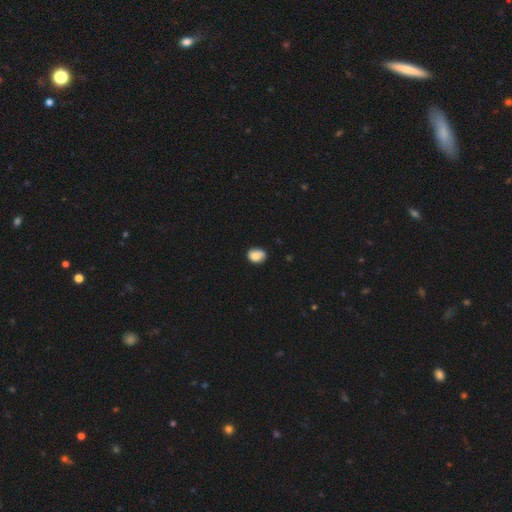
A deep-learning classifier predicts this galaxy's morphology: The model was most divided on "how rounded": in between: 57%, round: 42%, cigar-shaped: 1%. More confident: smooth or featured — smooth (79%); merging — none (73%).